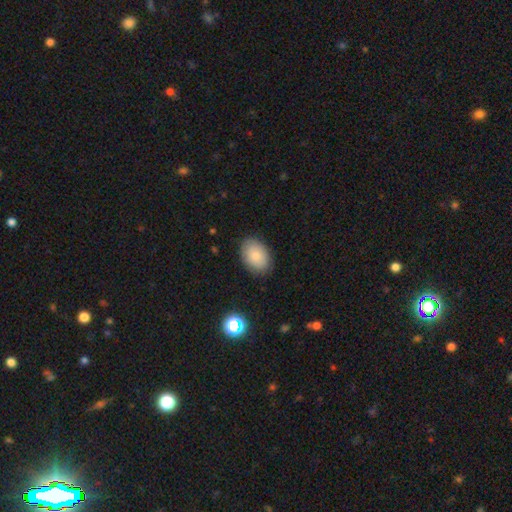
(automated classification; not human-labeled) Morphology: type=smooth (83%); roundness=in between (83%); merging=none (85%).